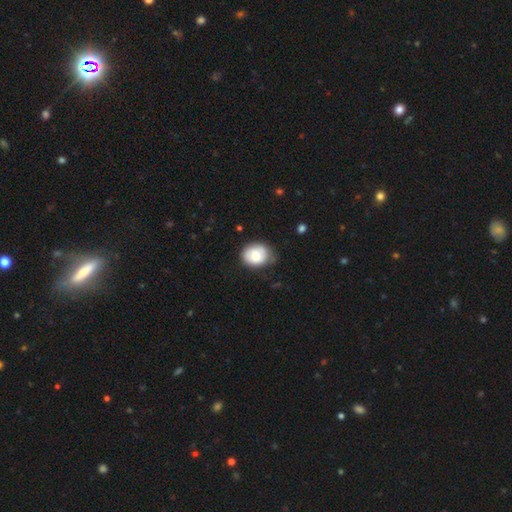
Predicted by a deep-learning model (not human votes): The model was most divided on "how rounded": round: 51%, in between: 48%, cigar-shaped: 1%. More confident: smooth or featured — smooth (77%); merging — none (68%).